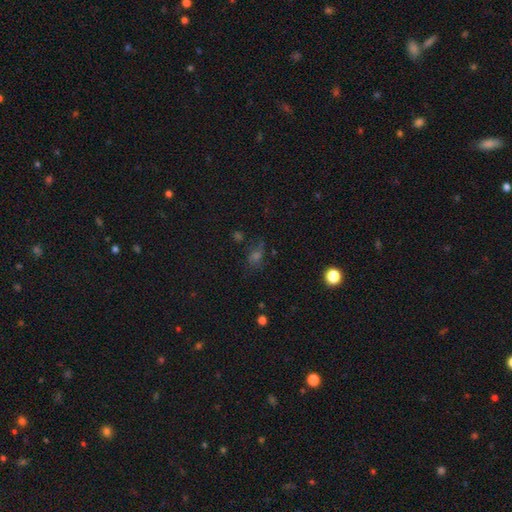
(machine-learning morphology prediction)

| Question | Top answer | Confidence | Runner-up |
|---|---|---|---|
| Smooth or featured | star or artifact | 41% | smooth (38%) |